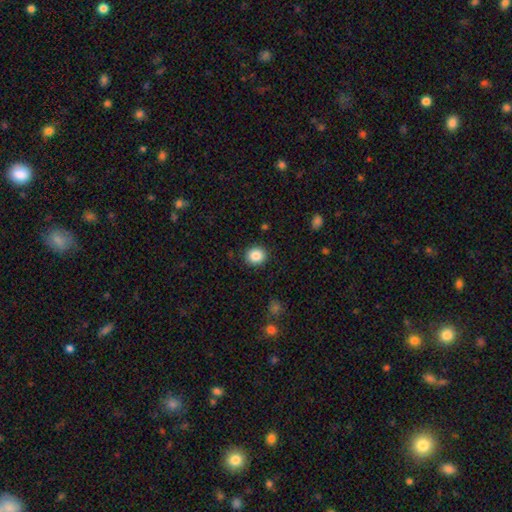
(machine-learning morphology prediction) Overall: smooth (86%). How rounded: round (82%). Merging: none (91%).